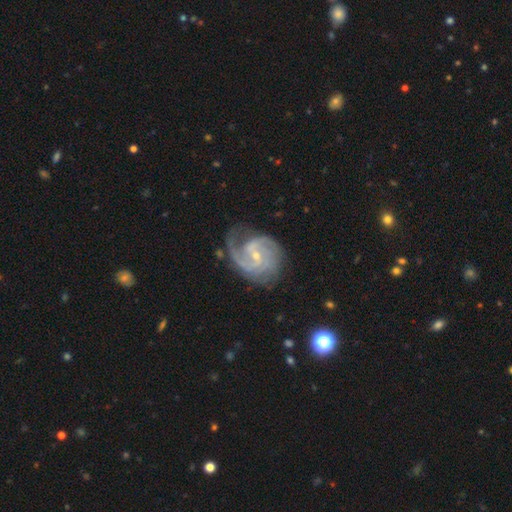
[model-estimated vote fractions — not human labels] The model was most divided on "spiral winding": medium: 47%, tight: 38%, loose: 14%. Remaining: edge-on disk — no (98%); spiral arms — yes (98%); smooth or featured — featured or disk (90%); bulge size — small (72%); merging — none (62%); bar — weak (50%); spiral arm count — 2 (44%).